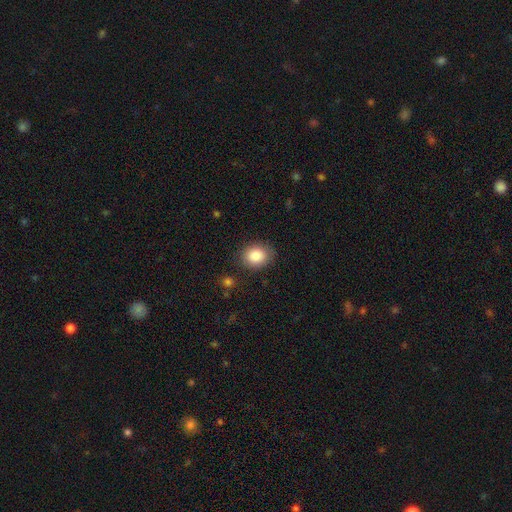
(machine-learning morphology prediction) A smooth galaxy with no disk features (86%) that is round (50%). Merging: none (84%).